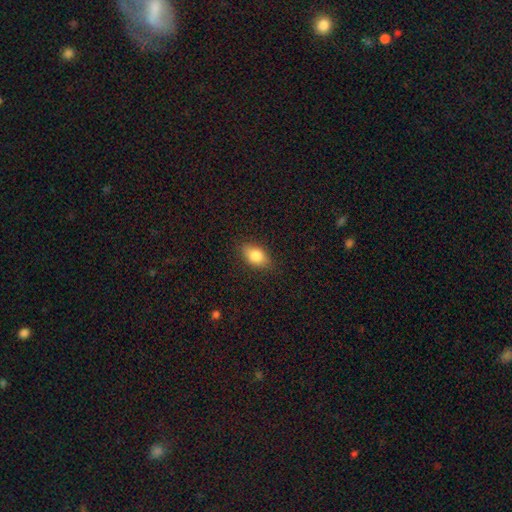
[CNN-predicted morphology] This appears to be a smooth galaxy with no disk features (83%) that is in between round and cigar-shaped (87%). Merging: none (85%).